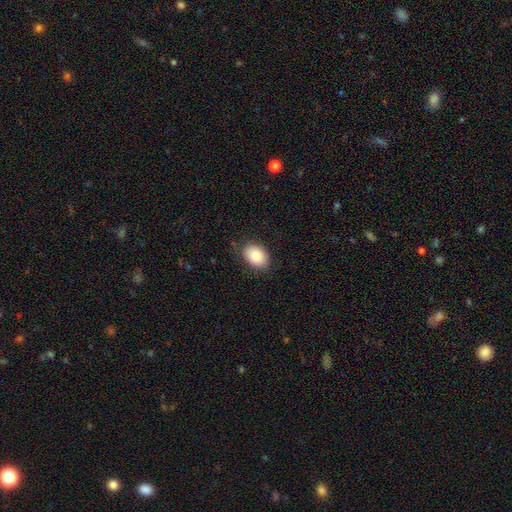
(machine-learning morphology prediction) This appears to be a smooth galaxy with no disk features (84%) that is in between round and cigar-shaped (78%). Merging: none (83%).